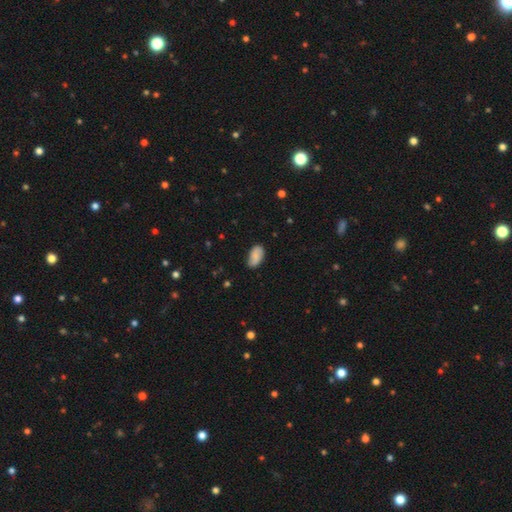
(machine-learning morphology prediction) smooth-or-featured: smooth: 74% | featured or disk: 18% | star or artifact: 8%
  how-rounded: in between: 94% | round: 4% | cigar-shaped: 3%
  merging: none: 79% | minor disturbance: 16% | major disturbance: 3% | merger: 1%